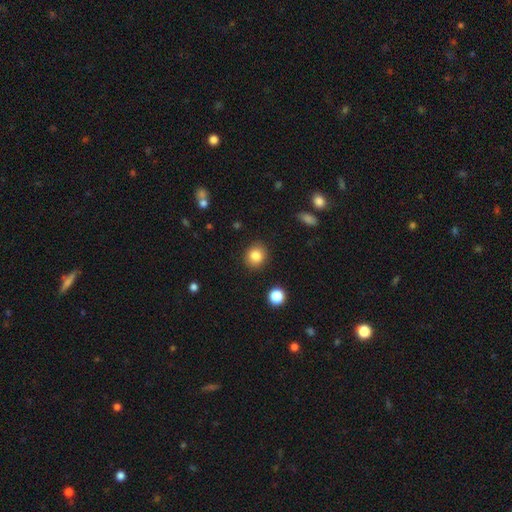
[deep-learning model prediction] Smooth or featured? Predicted: smooth (p=0.84). How rounded? Predicted: round (p=0.80). Merging? Predicted: none (p=0.89).